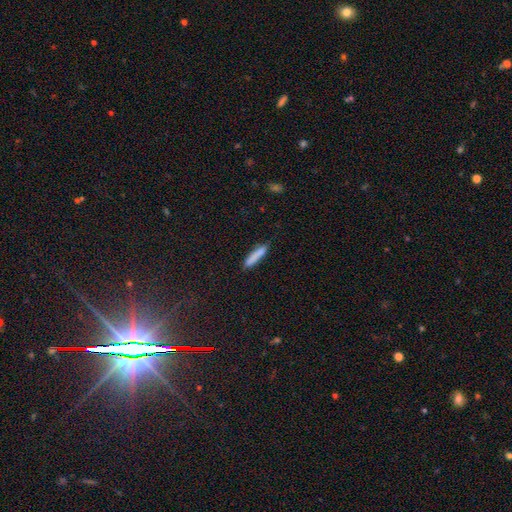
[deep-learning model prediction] Smooth or featured? Predicted: smooth (p=0.83). How rounded? Predicted: cigar-shaped (p=0.88). Merging? Predicted: none (p=0.82).